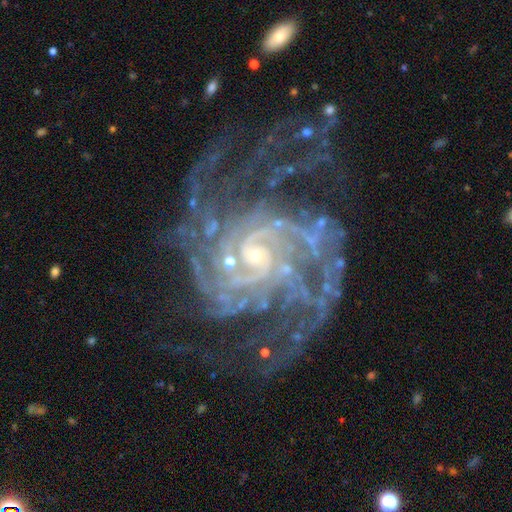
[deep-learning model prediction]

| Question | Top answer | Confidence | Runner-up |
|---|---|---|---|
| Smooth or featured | featured or disk | 92% | star or artifact (6%) |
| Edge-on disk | no | 98% | yes (2%) |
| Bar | no | 51% | weak (37%) |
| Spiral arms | yes | 98% | no (2%) |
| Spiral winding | tight | 50% | medium (39%) |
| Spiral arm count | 2 | 22% | can't tell (20%) |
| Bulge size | small | 72% | moderate (22%) |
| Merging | none | 64% | major disturbance (17%) |